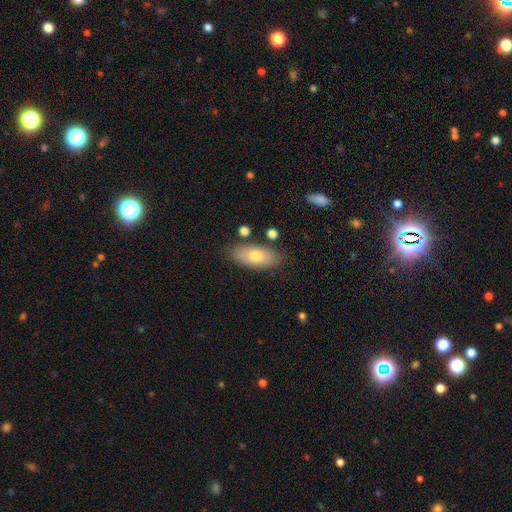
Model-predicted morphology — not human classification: This is likely a smooth galaxy (70%). How rounded: clearly in between (87%). Merging: clearly none (83%).